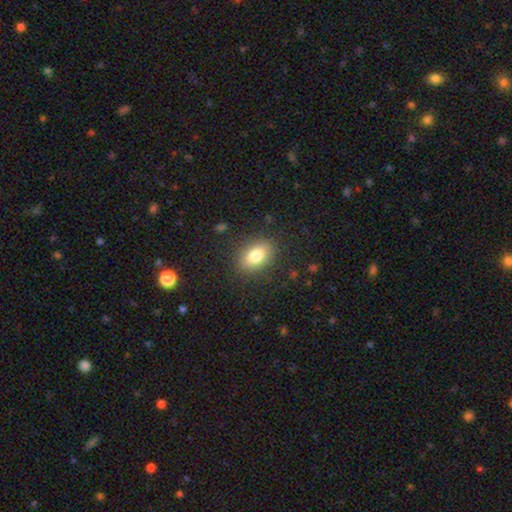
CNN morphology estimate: A smooth galaxy with no disk features (79%) that is in between round and cigar-shaped (79%).

Vote fractions:
- Smooth or featured? smooth: 79% / featured or disk: 11% / star or artifact: 9%
- How rounded? in between: 79% / round: 18% / cigar-shaped: 3%
- Merging? none: 85% / minor disturbance: 10% / major disturbance: 4% / merger: 1%